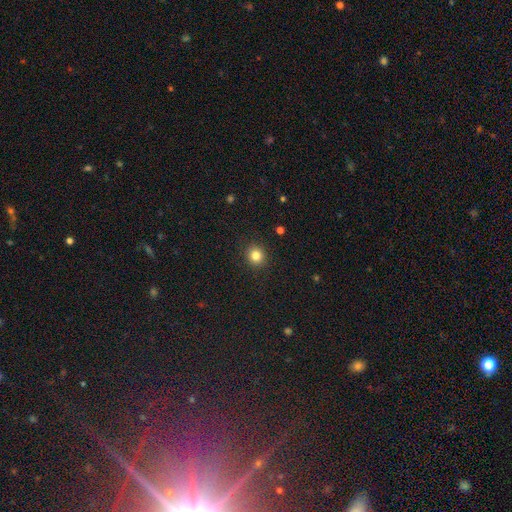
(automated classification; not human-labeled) Smooth or featured? Predicted: smooth (p=0.83). How rounded? Predicted: round (p=0.86). Merging? Predicted: none (p=0.91).